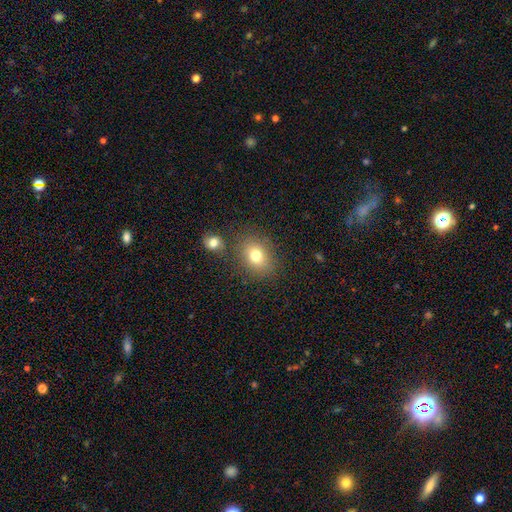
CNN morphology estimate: Overall: smooth (77%). How rounded: in between (54%; round 45%). Merging: none (77%).